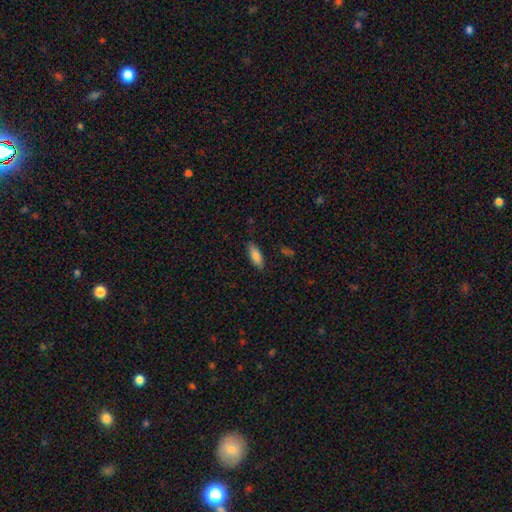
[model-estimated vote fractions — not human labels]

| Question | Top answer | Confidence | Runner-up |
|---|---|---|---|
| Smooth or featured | smooth | 83% | featured or disk (10%) |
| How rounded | in between | 73% | cigar-shaped (25%) |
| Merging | none | 85% | minor disturbance (12%) |